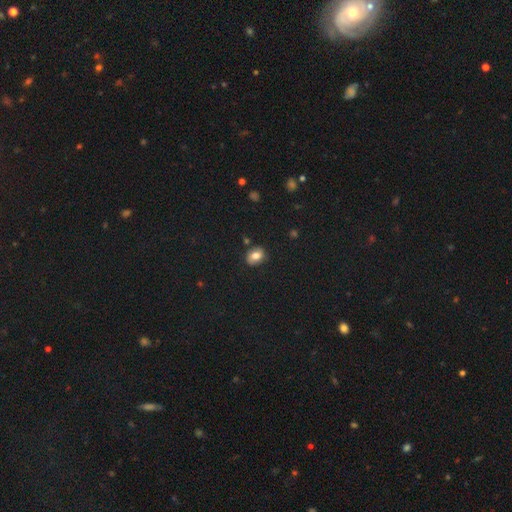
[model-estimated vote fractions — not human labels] smooth-or-featured: smooth: 77% | featured or disk: 13% | star or artifact: 10%
  how-rounded: in between: 58% | round: 41% | cigar-shaped: 1%
  merging: none: 79% | minor disturbance: 15% | major disturbance: 3% | merger: 3%